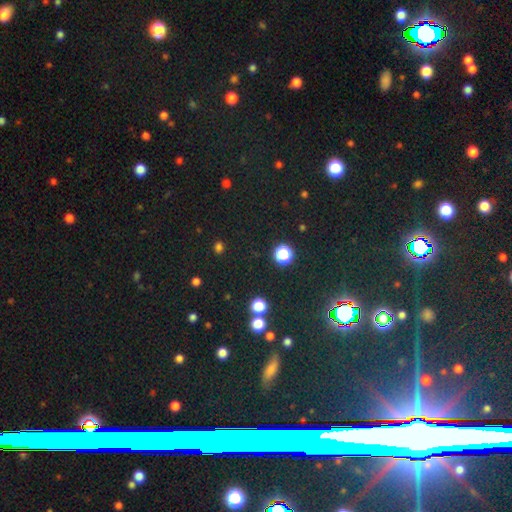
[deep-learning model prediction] The model was most divided on "smooth or featured": star or artifact: 70%, smooth: 17%, featured or disk: 13%.